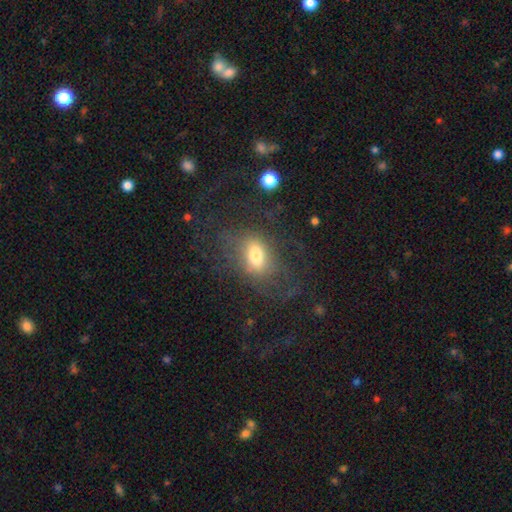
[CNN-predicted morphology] Smooth or featured: smooth — 50% (featured or disk — 36%)
Merging: none — 55% (major disturbance — 26%)